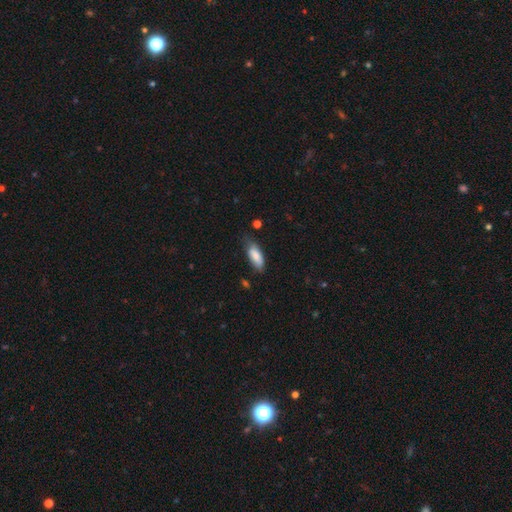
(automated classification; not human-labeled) A smooth galaxy with no disk features (82%) that is in between round and cigar-shaped (77%). Merging: none (56%).